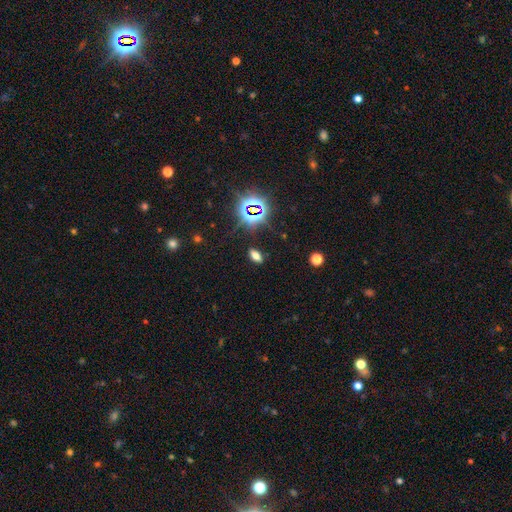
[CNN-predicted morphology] Smooth or featured? Predicted: smooth (p=0.62). How rounded? Predicted: in between (p=0.86). Merging? Predicted: none (p=0.87).